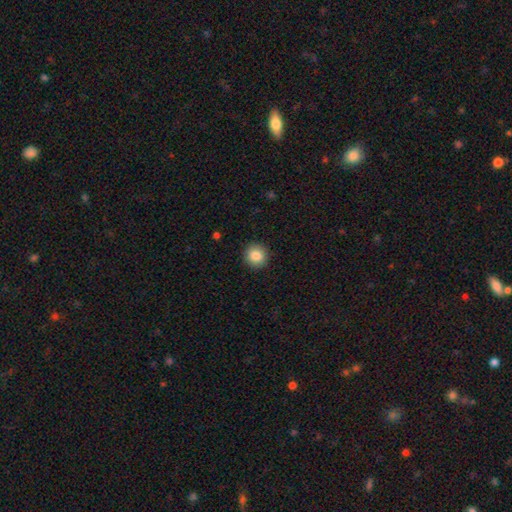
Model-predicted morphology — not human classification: smooth 87%, star or artifact 9%, featured or disk 4%. Down the decision tree: how rounded — round (92%); merging — none (92%).